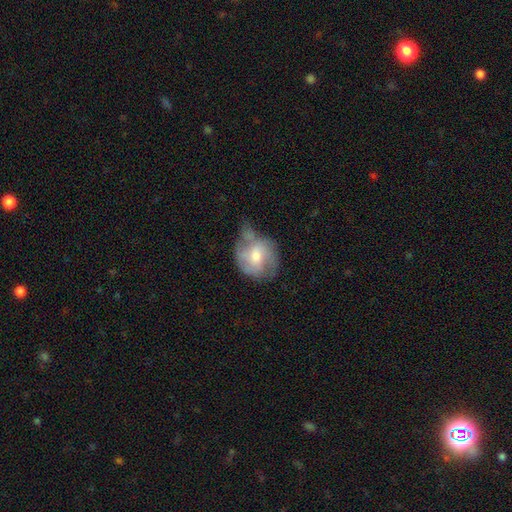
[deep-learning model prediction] featured or disk 49%, smooth 45%, star or artifact 7%. Down the decision tree: merging — none (34%).